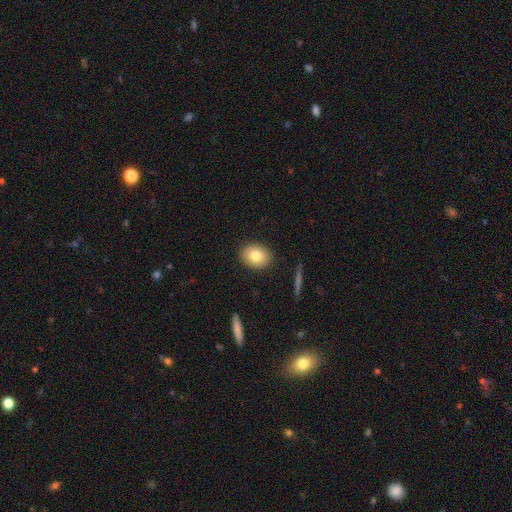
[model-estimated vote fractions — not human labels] smooth 81%, featured or disk 11%, star or artifact 8%. Down the decision tree: how rounded — in between (63%); merging — none (90%).